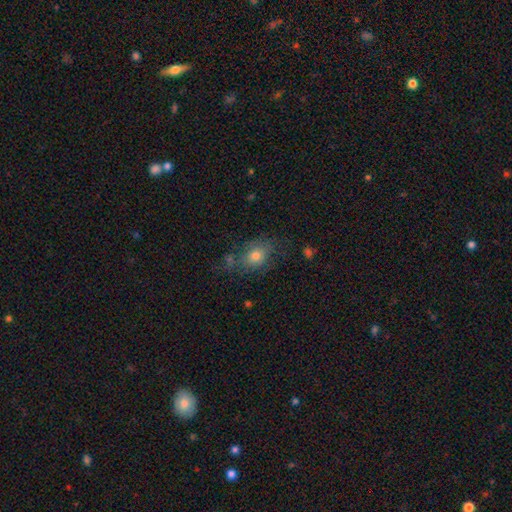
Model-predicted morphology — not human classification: A smooth galaxy with no disk features (69%) that is in between round and cigar-shaped (62%). Merging: none (57%).